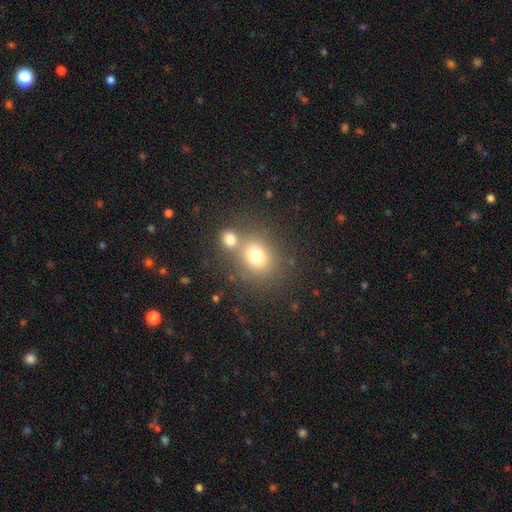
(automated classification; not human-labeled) Smooth or featured? smooth (74%)
How rounded? round (68%)
Merging? none (54%)